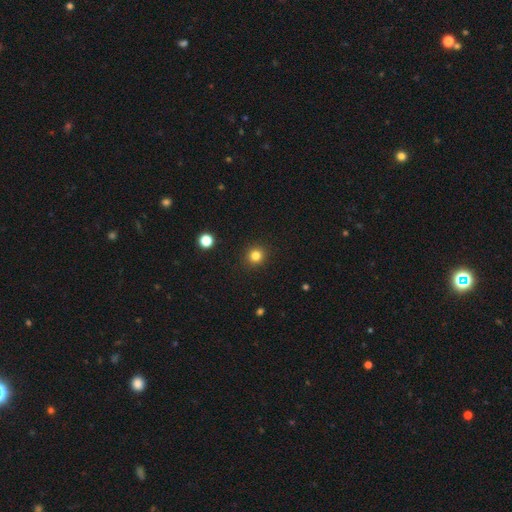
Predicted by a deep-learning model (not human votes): This is clearly a smooth galaxy (82%). How rounded: clearly round (92%). Merging: clearly none (92%).